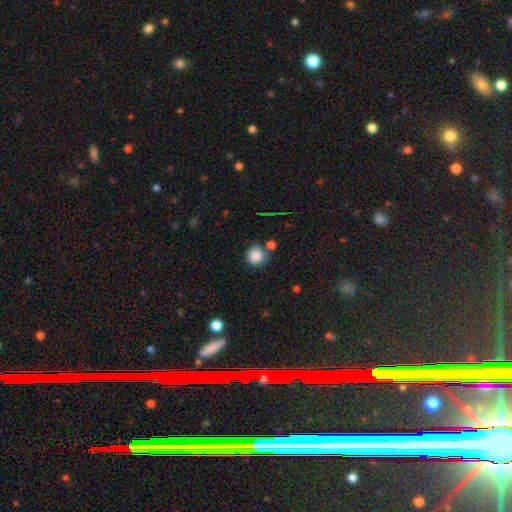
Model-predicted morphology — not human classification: A smooth galaxy with no disk features (86%) that is round (88%).

Vote fractions:
- Smooth or featured? smooth: 86% / star or artifact: 9% / featured or disk: 5%
- How rounded? round: 88% / in between: 11% / cigar-shaped: 1%
- Merging? none: 65% / minor disturbance: 17% / merger: 13% / major disturbance: 5%